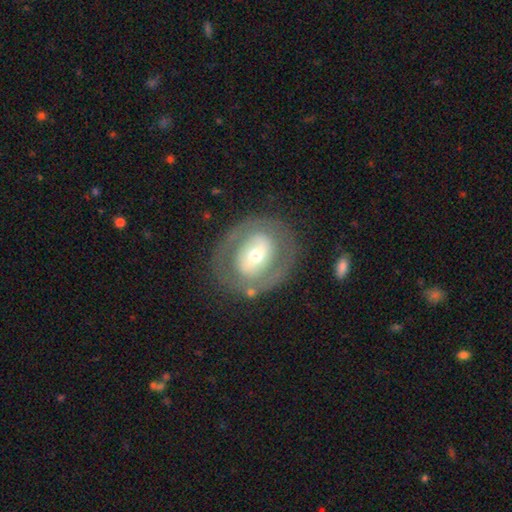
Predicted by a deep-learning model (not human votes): Overall: featured or disk (64%; smooth 30%). Edge-on disk: no (95%). Bar: no (46%; weak 30%). Spiral arms: no (64%; yes 36%). Bulge size: moderate (59%; small 31%). Merging: none (78%).